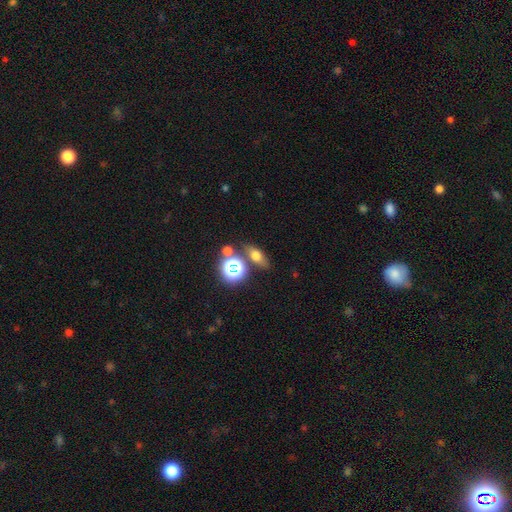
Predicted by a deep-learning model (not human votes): Smooth or featured: smooth — 59% (star or artifact — 23%)
How rounded: in between — 64% (round — 24%)
Merging: none — 72% (merger — 12%)